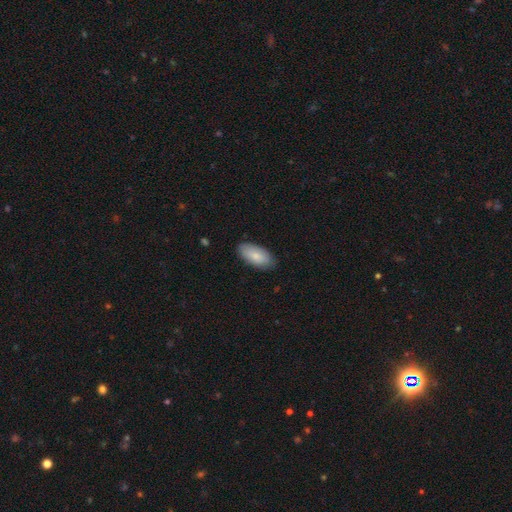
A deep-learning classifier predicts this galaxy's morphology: This appears to be a smooth galaxy with no disk features (81%) that is in between round and cigar-shaped (93%). Merging: none (83%).